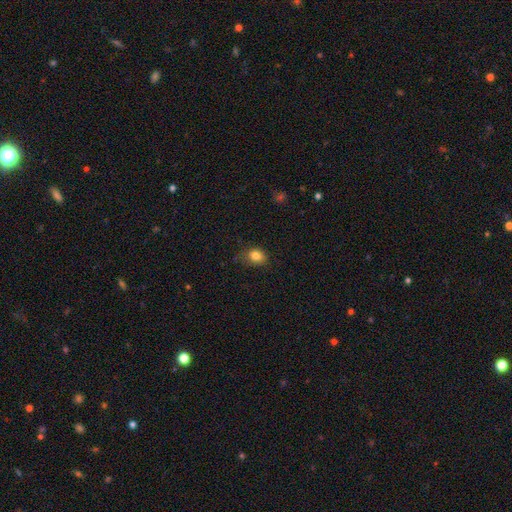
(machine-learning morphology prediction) smooth-or-featured: smooth: 82% | star or artifact: 11% | featured or disk: 6%
  how-rounded: round: 50% | in between: 49% | cigar-shaped: 1%
  merging: none: 68% | minor disturbance: 25% | major disturbance: 6% | merger: 1%